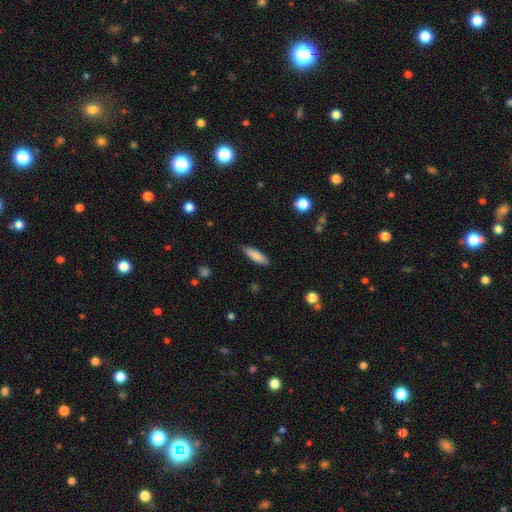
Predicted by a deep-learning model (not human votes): Morphology: type=smooth (84%); roundness=cigar-shaped (59%); merging=none (86%).